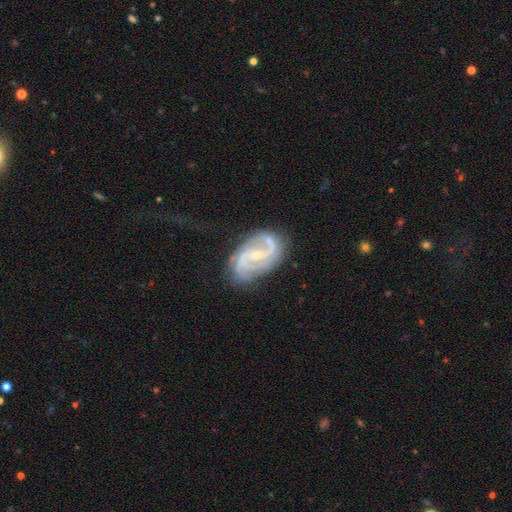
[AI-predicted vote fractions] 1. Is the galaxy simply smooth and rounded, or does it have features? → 89% featured or disk, 6% star or artifact, 5% smooth.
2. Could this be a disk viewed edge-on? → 97% no, 3% yes.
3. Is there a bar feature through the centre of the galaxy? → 44% weak, 29% no, 27% strong.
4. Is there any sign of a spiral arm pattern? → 97% yes, 3% no.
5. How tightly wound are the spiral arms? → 49% medium, 29% loose, 22% tight.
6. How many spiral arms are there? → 76% 2, 9% 3, 7% can't tell, 3% 1, 3% 4, 3% more than 4.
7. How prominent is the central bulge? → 68% small, 29% moderate, 2% none, 1% large, 1% dominant.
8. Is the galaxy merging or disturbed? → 66% none, 21% minor disturbance, 11% major disturbance, 3% merger.